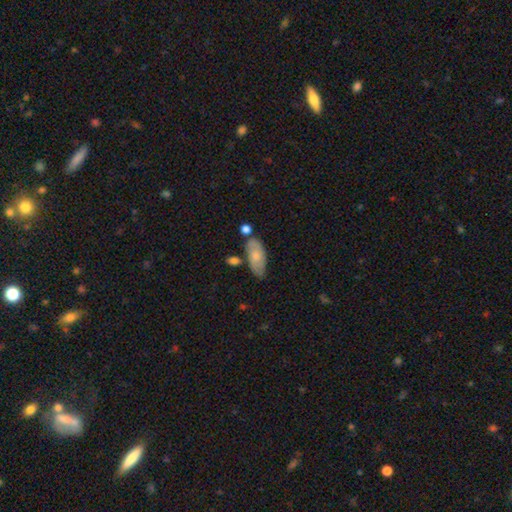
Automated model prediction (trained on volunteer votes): Smooth or featured? smooth (67%)
How rounded? in between (89%)
Merging? none (61%)